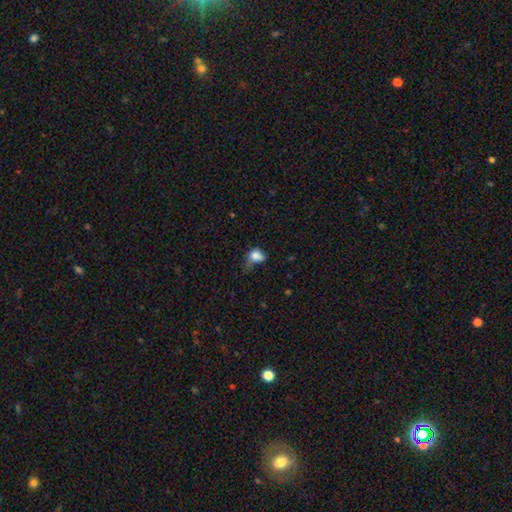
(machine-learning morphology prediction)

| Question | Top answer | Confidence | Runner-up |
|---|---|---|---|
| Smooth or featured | smooth | 76% | featured or disk (13%) |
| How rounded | in between | 55% | round (42%) |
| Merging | minor disturbance | 36% | major disturbance (33%) |